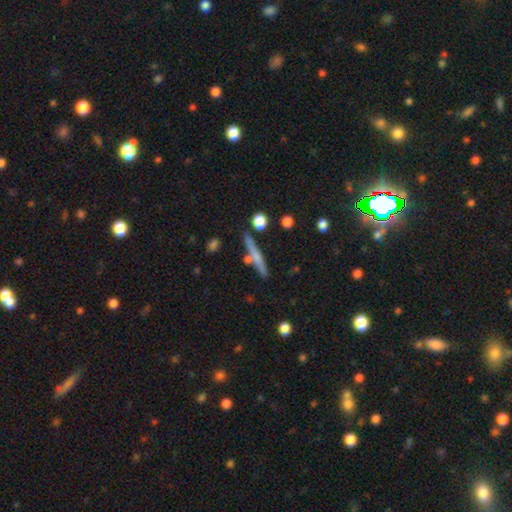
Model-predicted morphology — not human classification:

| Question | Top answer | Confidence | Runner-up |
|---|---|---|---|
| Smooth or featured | smooth | 49% | featured or disk (44%) |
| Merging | none | 79% | minor disturbance (10%) |